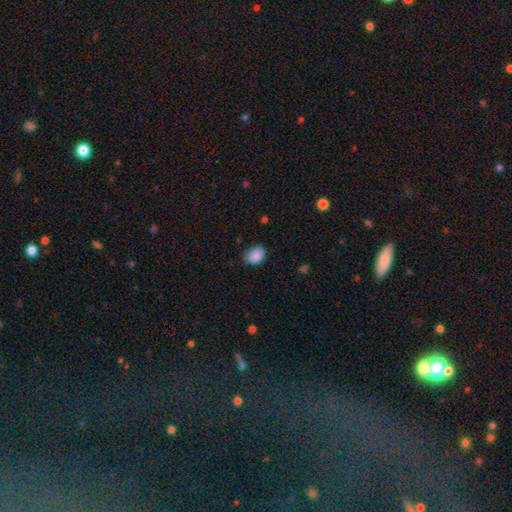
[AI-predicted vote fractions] The model was most divided on "how rounded": in between: 63%, round: 37%, cigar-shaped: 1%. More confident: smooth or featured — smooth (88%); merging — none (66%).